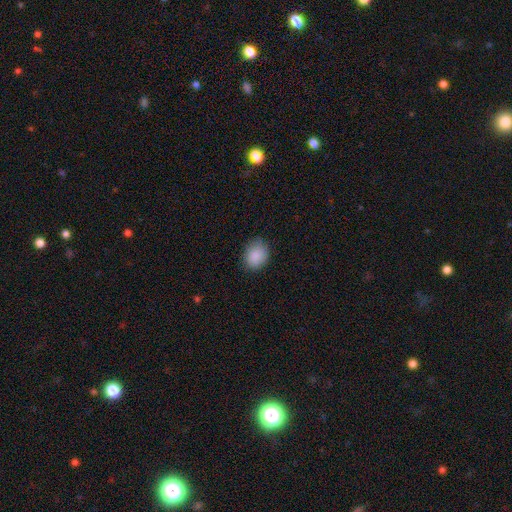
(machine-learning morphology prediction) A smooth galaxy with no disk features (88%) that is in between round and cigar-shaped (54%). Merging: none (79%).